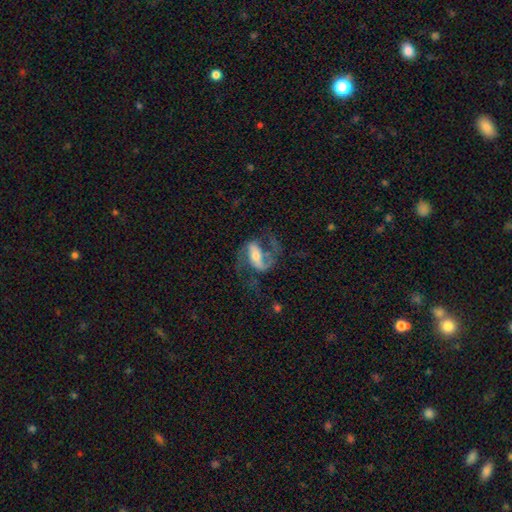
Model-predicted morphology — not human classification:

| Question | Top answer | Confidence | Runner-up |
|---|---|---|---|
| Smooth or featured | featured or disk | 84% | smooth (10%) |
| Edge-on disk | no | 95% | yes (5%) |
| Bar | strong | 58% | weak (28%) |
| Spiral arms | yes | 93% | no (7%) |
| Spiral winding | medium | 49% | loose (41%) |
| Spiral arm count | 2 | 91% | 1 (4%) |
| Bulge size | moderate | 48% | small (37%) |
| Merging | none | 61% | major disturbance (22%) |